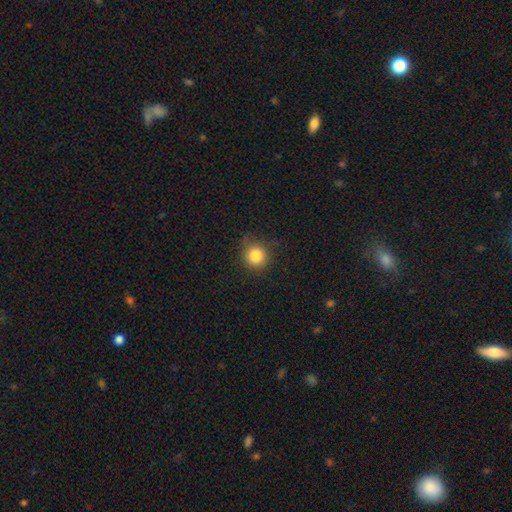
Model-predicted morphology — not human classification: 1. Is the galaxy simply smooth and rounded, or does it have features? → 83% smooth, 11% star or artifact, 6% featured or disk.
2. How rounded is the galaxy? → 89% round, 10% in between, 1% cigar-shaped.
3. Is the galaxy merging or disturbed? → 76% none, 18% minor disturbance, 5% major disturbance, 1% merger.